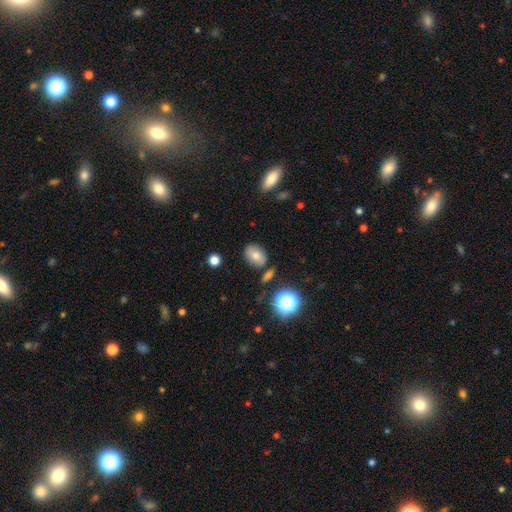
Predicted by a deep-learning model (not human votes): smooth 71%, featured or disk 17%, star or artifact 12%. Down the decision tree: how rounded — in between (67%); merging — none (77%).